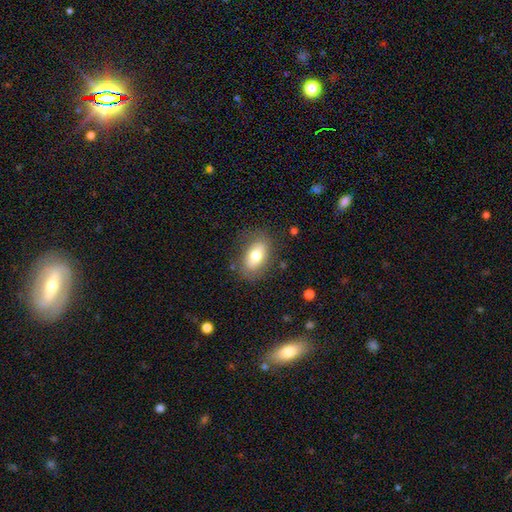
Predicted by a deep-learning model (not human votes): Smooth or featured?
  - smooth: 71% *
  - featured or disk: 22%
  - star or artifact: 8%
How rounded?
  - in between: 89% *
  - round: 8%
  - cigar-shaped: 3%
Merging?
  - none: 78% *
  - minor disturbance: 15%
  - major disturbance: 5%
  - merger: 2%